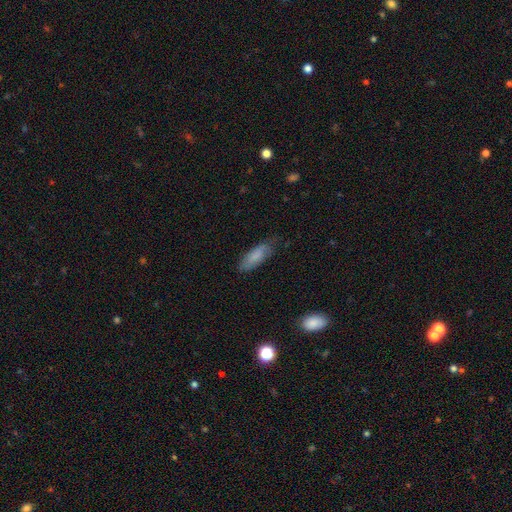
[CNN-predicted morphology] smooth 81%, featured or disk 13%, star or artifact 6%. Down the decision tree: how rounded — in between (62%); merging — none (71%).